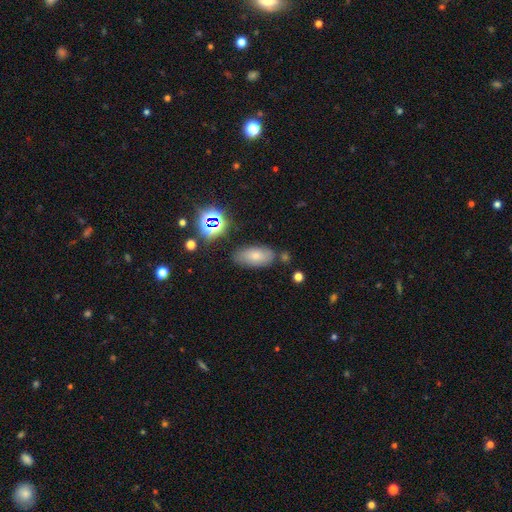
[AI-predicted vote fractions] Overall: smooth (70%). How rounded: in between (90%). Merging: none (74%).